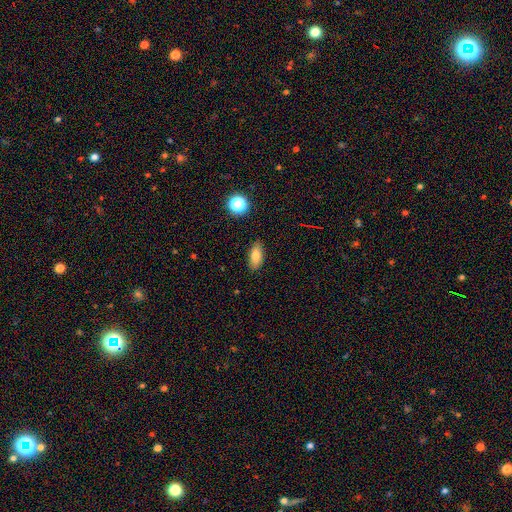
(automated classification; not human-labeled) A smooth galaxy with no disk features (79%) that is in between round and cigar-shaped (84%).

Vote fractions:
- Smooth or featured? smooth: 79% / featured or disk: 11% / star or artifact: 10%
- How rounded? in between: 84% / cigar-shaped: 11% / round: 5%
- Merging? none: 86% / minor disturbance: 11% / major disturbance: 2% / merger: 1%